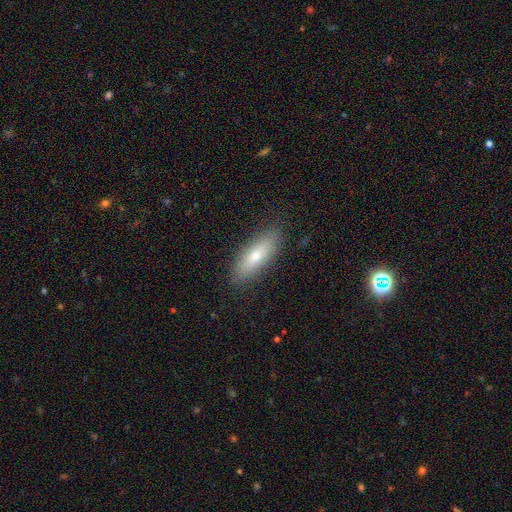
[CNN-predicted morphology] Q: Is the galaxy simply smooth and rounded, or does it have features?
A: smooth — 71%.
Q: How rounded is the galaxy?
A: in between — 53%.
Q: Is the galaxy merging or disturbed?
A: none — 87%.